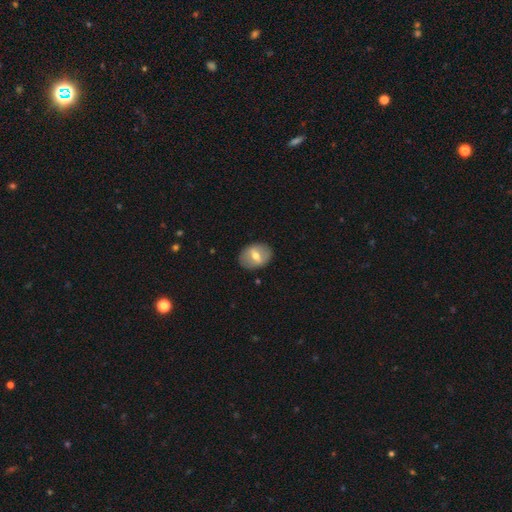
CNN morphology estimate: smooth 47%, featured or disk 46%, star or artifact 7%. Down the decision tree: merging — none (87%).